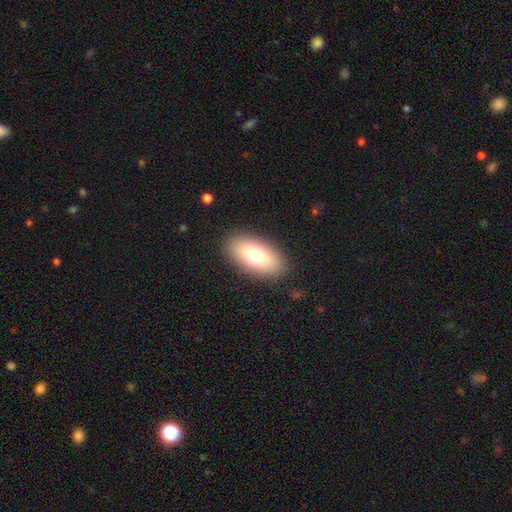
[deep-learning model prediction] smooth 72%, featured or disk 19%, star or artifact 9%. Down the decision tree: how rounded — in between (90%); merging — none (88%).